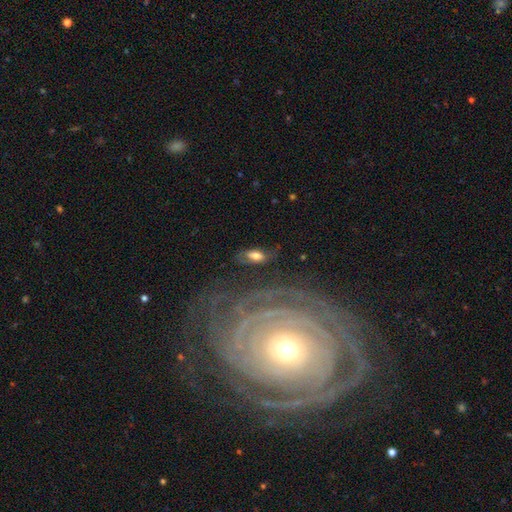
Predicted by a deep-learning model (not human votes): smooth-or-featured: smooth: 59% | featured or disk: 32% | star or artifact: 9%
  how-rounded: in between: 84% | cigar-shaped: 11% | round: 5%
  merging: none: 71% | minor disturbance: 17% | major disturbance: 7% | merger: 4%